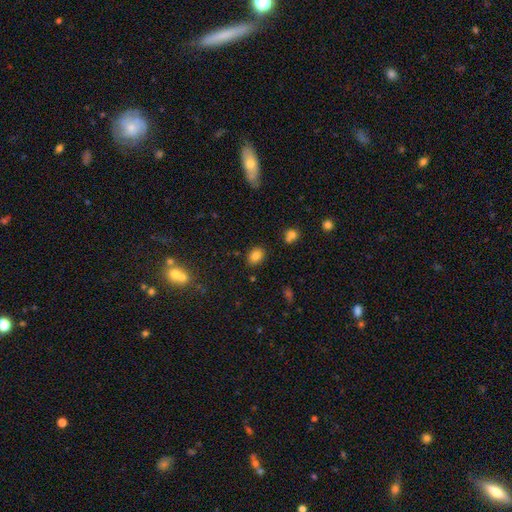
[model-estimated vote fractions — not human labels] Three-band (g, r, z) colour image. It shows a smooth galaxy with no disk features (82%) that is in between round and cigar-shaped (61%). Merging: none (83%).